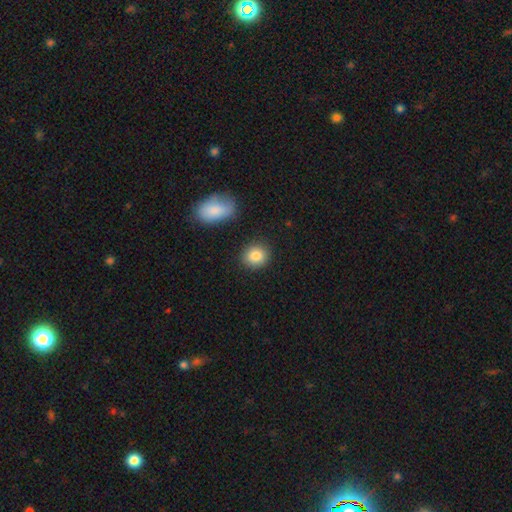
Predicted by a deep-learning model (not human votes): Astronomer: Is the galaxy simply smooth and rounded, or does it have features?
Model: smooth — 86%.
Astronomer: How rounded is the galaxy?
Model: round — 74%.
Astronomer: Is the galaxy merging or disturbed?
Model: none — 87%.